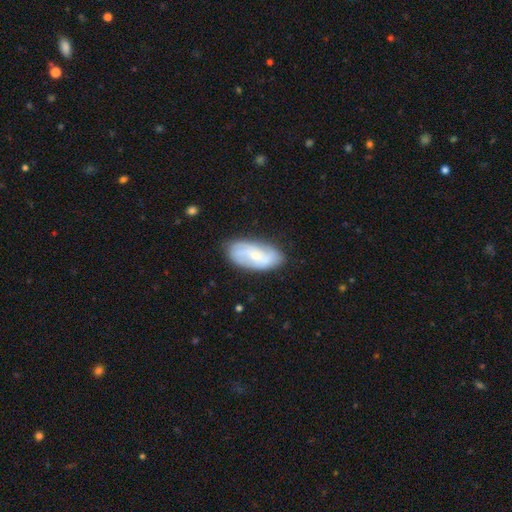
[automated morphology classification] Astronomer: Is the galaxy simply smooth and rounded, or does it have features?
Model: featured or disk — 58% (runner-up: smooth, 36%).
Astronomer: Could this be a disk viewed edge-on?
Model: no — 93%.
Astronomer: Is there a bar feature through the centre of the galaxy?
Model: no — 47% (runner-up: weak, 41%).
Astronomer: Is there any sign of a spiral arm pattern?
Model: yes — 85%.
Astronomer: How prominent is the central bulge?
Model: small — 62%.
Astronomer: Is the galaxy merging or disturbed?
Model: none — 79%.